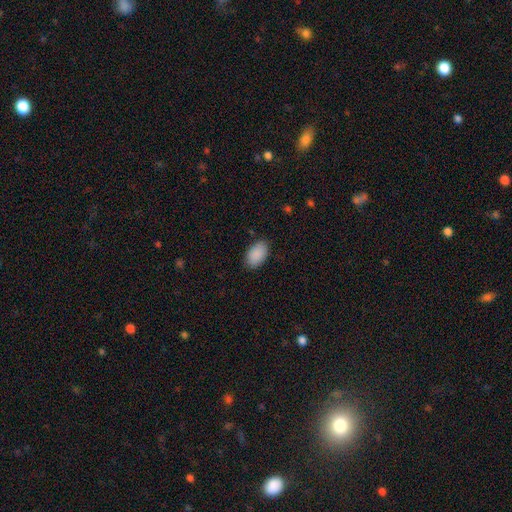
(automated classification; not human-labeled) Q: Smooth or featured?
A: smooth (90%); runner-up: star or artifact (6%)
Q: How rounded?
A: in between (93%); runner-up: round (5%)
Q: Merging?
A: none (86%); runner-up: minor disturbance (11%)